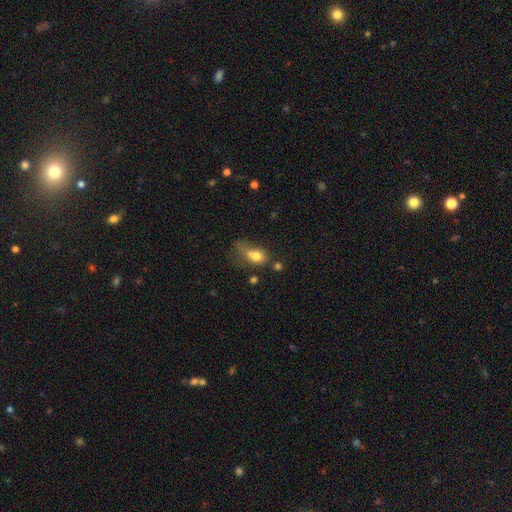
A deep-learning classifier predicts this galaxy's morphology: Smooth or featured: smooth — 75% (featured or disk — 15%)
How rounded: in between — 70% (round — 26%)
Merging: major disturbance — 36% (minor disturbance — 24%)